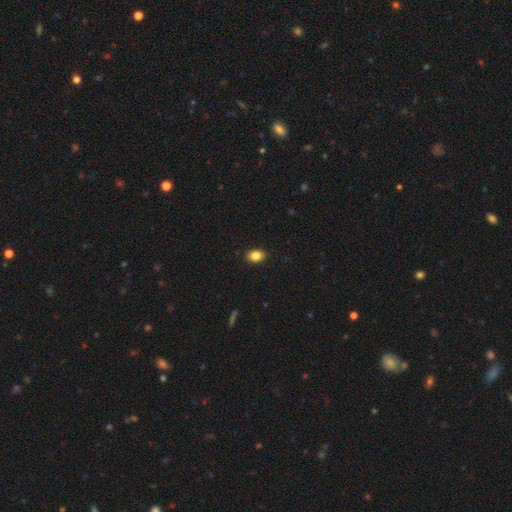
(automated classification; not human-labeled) Smooth or featured? smooth (85%)
How rounded? in between (75%)
Merging? none (90%)